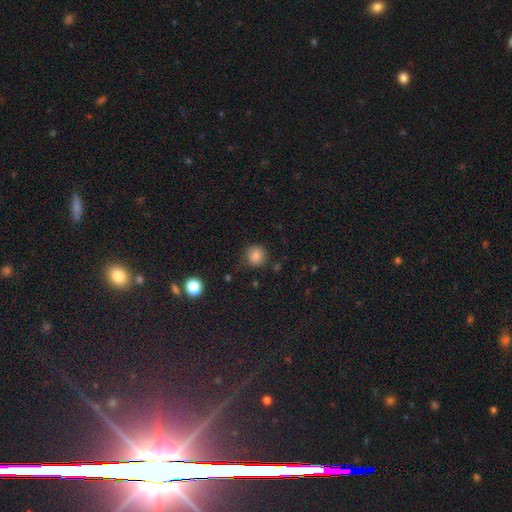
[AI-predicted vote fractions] Q: Smooth or featured?
A: smooth (81%); runner-up: star or artifact (13%)
Q: How rounded?
A: round (92%); runner-up: in between (7%)
Q: Merging?
A: none (81%); runner-up: minor disturbance (13%)